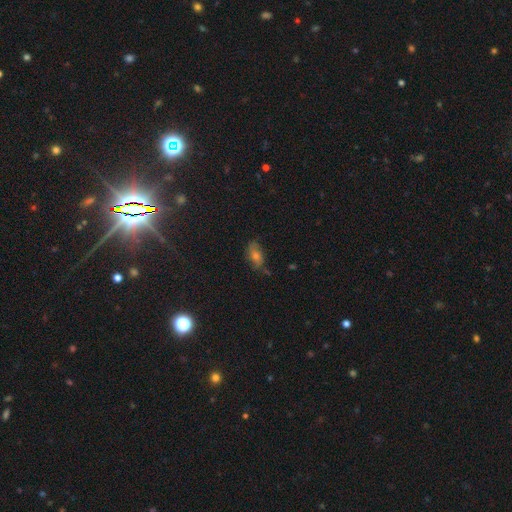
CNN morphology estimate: smooth_or_featured: smooth (p=0.44) [alt: featured or disk p=0.28]
merging: none (p=0.68) [alt: minor disturbance p=0.22]